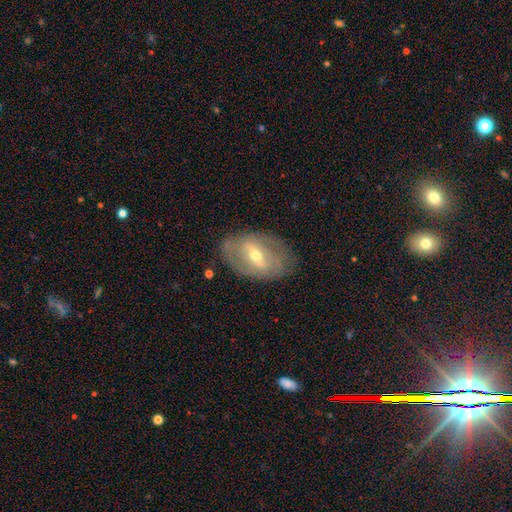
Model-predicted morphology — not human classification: Q: Smooth or featured?
A: featured or disk (75%); runner-up: smooth (18%)
Q: Edge-on disk?
A: no (91%); runner-up: yes (9%)
Q: Bar?
A: strong (52%); runner-up: weak (35%)
Q: Spiral arms?
A: yes (62%); runner-up: no (38%)
Q: Bulge size?
A: moderate (52%); runner-up: small (45%)
Q: Merging?
A: none (77%); runner-up: minor disturbance (16%)